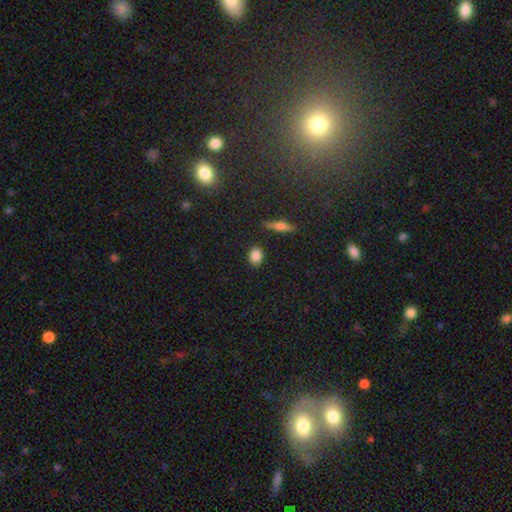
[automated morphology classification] Smooth or featured? Predicted: smooth (p=0.85). How rounded? Predicted: round (p=0.61). Merging? Predicted: none (p=0.89).